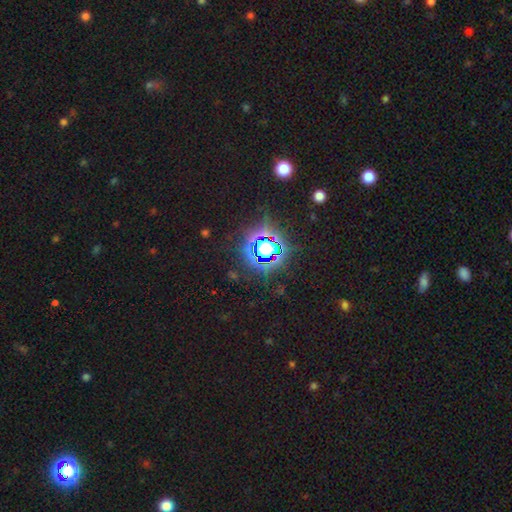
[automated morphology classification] Smooth or featured: star or artifact — 80% (smooth — 12%)